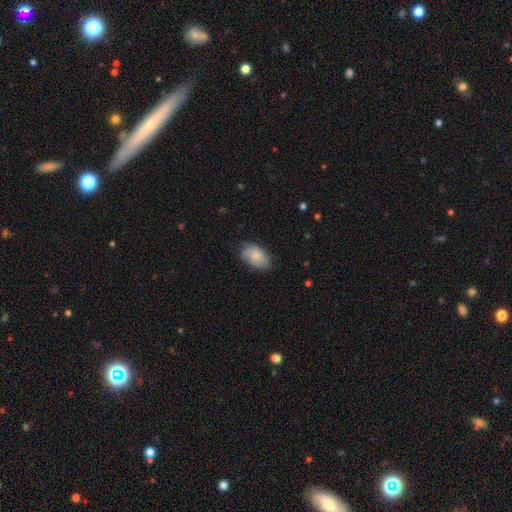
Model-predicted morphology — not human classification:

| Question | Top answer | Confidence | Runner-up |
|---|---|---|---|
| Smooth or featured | smooth | 82% | featured or disk (11%) |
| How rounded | in between | 92% | round (7%) |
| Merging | none | 73% | minor disturbance (21%) |